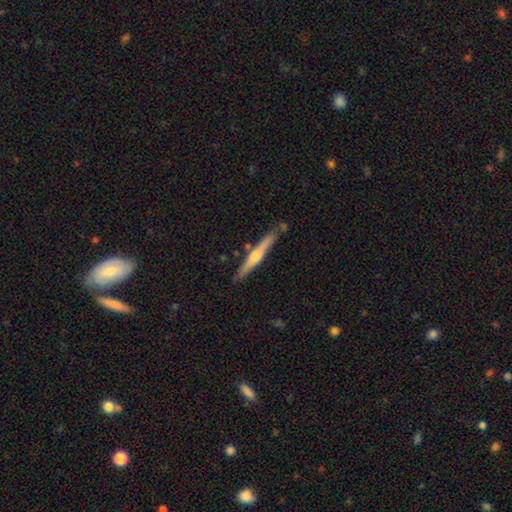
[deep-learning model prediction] A featured or disk galaxy (64%) viewed edge-on (97%) with a rounded central bulge (85%).

Vote fractions:
- Smooth or featured? featured or disk: 64% / smooth: 31% / star or artifact: 5%
- Edge-on disk? yes: 97% / no: 3%
- Edge-on bulge? rounded: 85% / none: 8% / boxy: 7%
- Merging? none: 82% / minor disturbance: 12% / merger: 4% / major disturbance: 2%